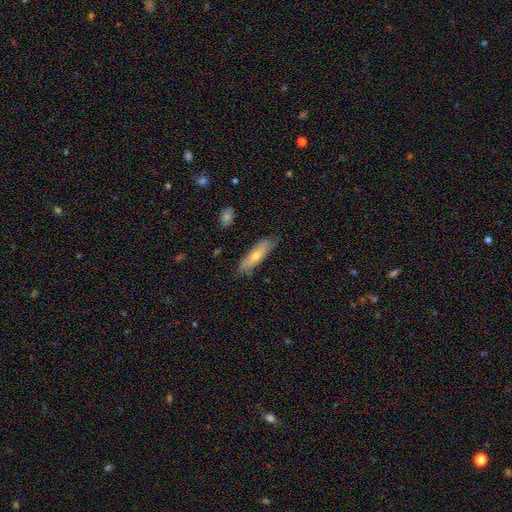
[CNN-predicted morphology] Q: Smooth or featured?
A: smooth (57%); runner-up: featured or disk (36%)
Q: How rounded?
A: cigar-shaped (65%); runner-up: in between (33%)
Q: Merging?
A: none (81%); runner-up: minor disturbance (15%)